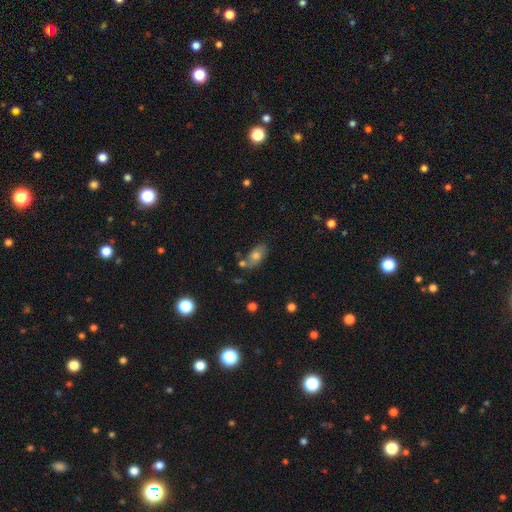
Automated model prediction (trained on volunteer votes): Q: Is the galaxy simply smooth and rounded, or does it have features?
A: smooth — 61%.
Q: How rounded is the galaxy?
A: in between — 88%.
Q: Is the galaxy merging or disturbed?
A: none — 57%.